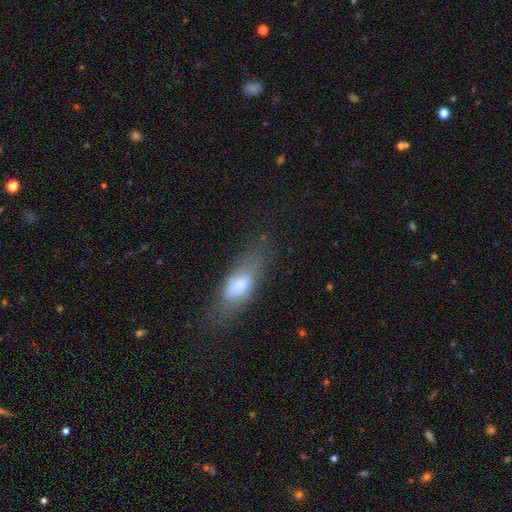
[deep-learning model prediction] This is likely a smooth galaxy (62%). How rounded: possibly in between (54%). Merging: likely none (73%).